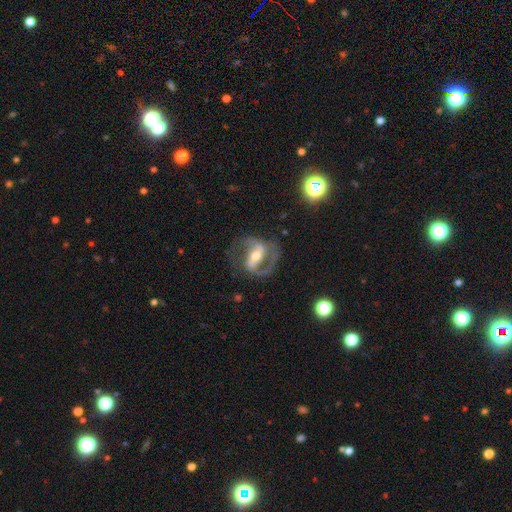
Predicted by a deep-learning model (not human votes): Q: Smooth or featured?
A: featured or disk (89%); runner-up: smooth (6%)
Q: Edge-on disk?
A: no (96%); runner-up: yes (4%)
Q: Bar?
A: strong (56%); runner-up: weak (30%)
Q: Spiral arms?
A: yes (95%); runner-up: no (5%)
Q: Spiral winding?
A: medium (57%); runner-up: loose (27%)
Q: Spiral arm count?
A: 2 (89%); runner-up: 1 (5%)
Q: Bulge size?
A: moderate (62%); runner-up: small (31%)
Q: Merging?
A: none (70%); runner-up: minor disturbance (15%)